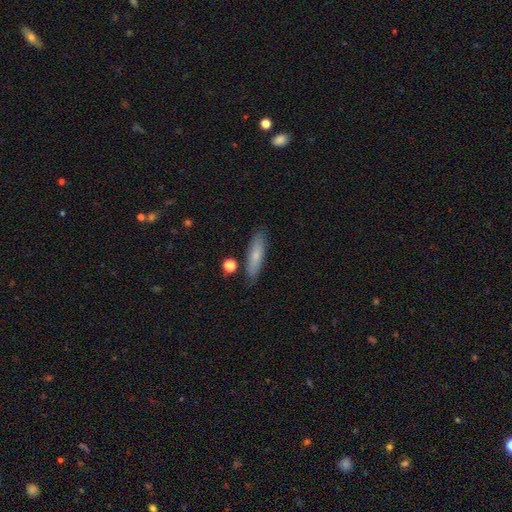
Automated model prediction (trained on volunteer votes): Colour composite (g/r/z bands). It shows a smooth galaxy with no disk features (72%) that is cigar-shaped (73%). Merging: none (84%).